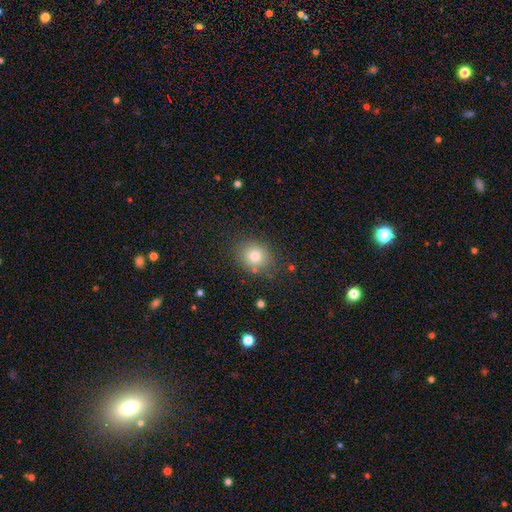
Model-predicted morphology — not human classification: The model was most divided on "how rounded": round: 71%, in between: 29%, cigar-shaped: 1%. More confident: merging — none (84%); smooth or featured — smooth (78%).